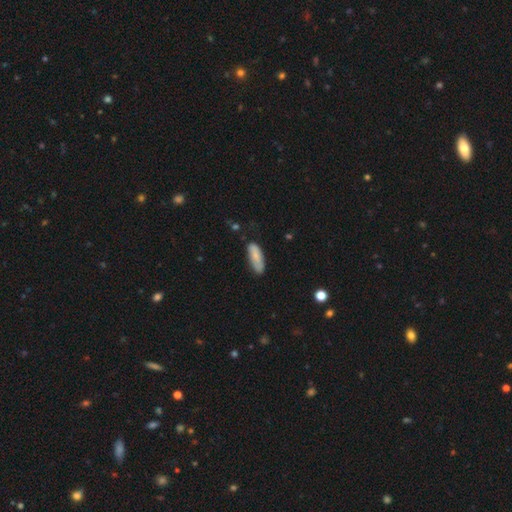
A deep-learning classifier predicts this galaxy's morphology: A smooth galaxy with no disk features (80%) that is in between round and cigar-shaped (64%).

Vote fractions:
- Smooth or featured? smooth: 80% / featured or disk: 13% / star or artifact: 6%
- How rounded? in between: 64% / cigar-shaped: 34% / round: 2%
- Merging? none: 74% / minor disturbance: 20% / major disturbance: 4% / merger: 2%